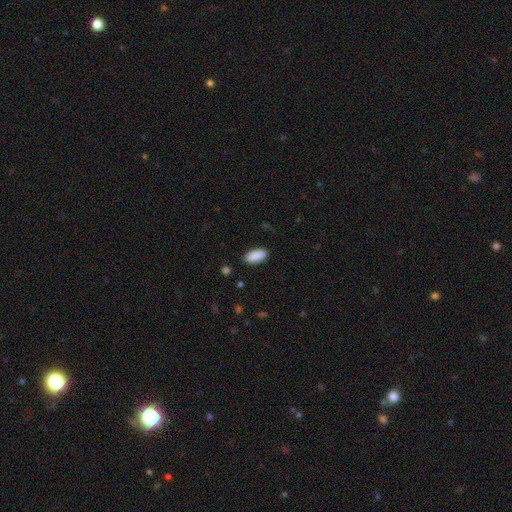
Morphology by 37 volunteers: smooth_or_featured: smooth (p=0.95) [alt: featured or disk p=0.03]
how_rounded: in between (p=0.91) [alt: round p=0.06]
merging: none (p=0.83) [alt: minor disturbance p=0.11]